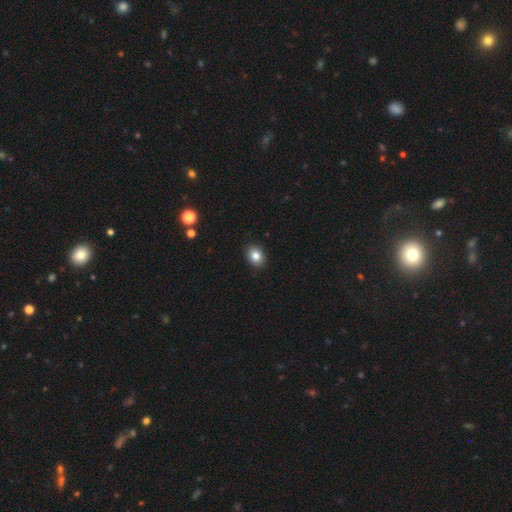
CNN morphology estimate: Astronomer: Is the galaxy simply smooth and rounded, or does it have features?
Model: smooth — 83%.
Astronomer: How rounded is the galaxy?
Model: in between — 62%.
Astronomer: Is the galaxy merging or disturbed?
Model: none — 90%.